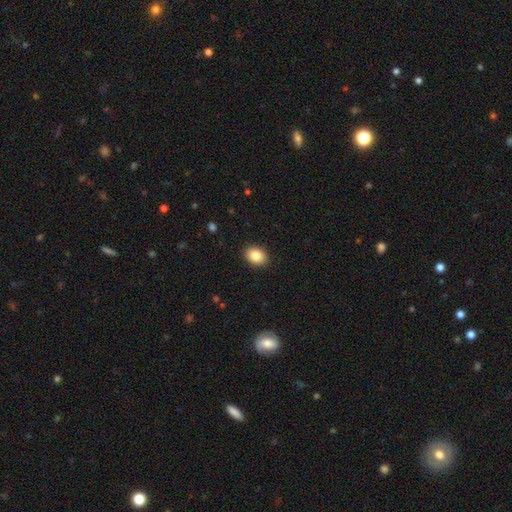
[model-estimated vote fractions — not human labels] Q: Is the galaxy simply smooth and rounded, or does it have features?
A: smooth — 85%.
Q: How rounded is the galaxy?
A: in between — 67%.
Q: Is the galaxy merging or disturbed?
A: none — 90%.